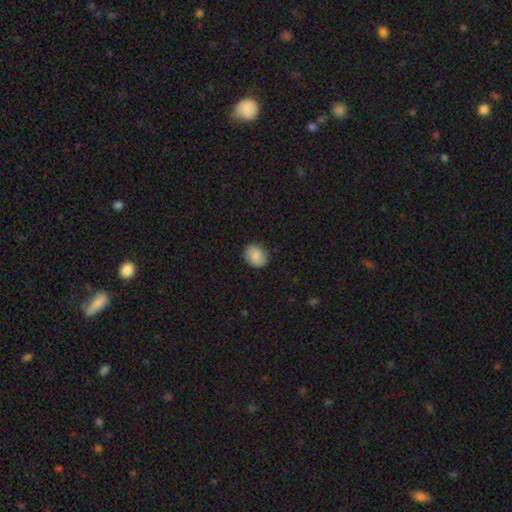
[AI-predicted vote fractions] This is clearly a smooth galaxy (87%). How rounded: likely round (61%). Merging: clearly none (88%).